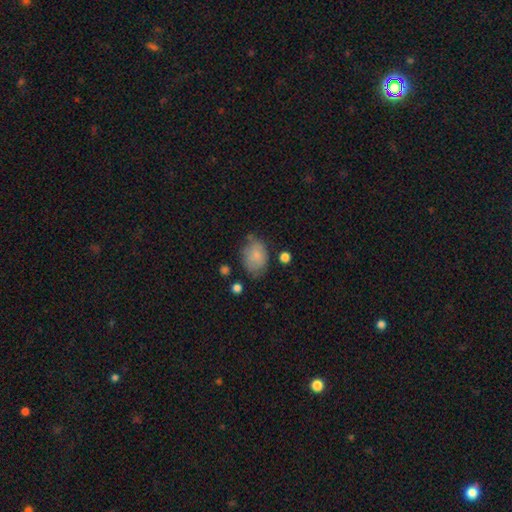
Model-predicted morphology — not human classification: The model was most divided on "merging": none: 60%, minor disturbance: 26%, major disturbance: 9%, merger: 5%. More confident: smooth or featured — smooth (78%); how rounded — in between (76%).